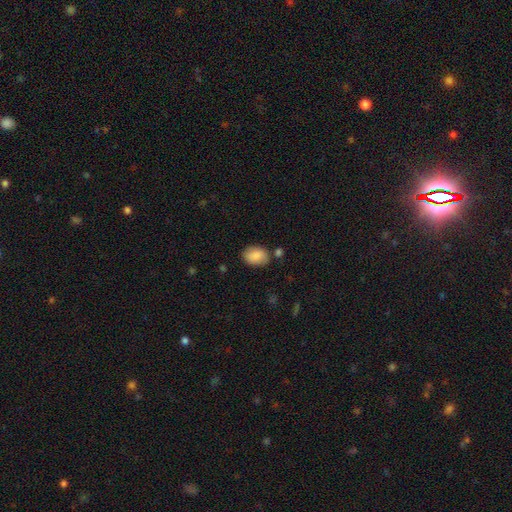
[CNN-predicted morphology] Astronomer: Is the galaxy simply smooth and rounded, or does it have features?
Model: smooth — 86%.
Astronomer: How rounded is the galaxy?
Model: in between — 74%.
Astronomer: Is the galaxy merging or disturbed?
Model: none — 75%.